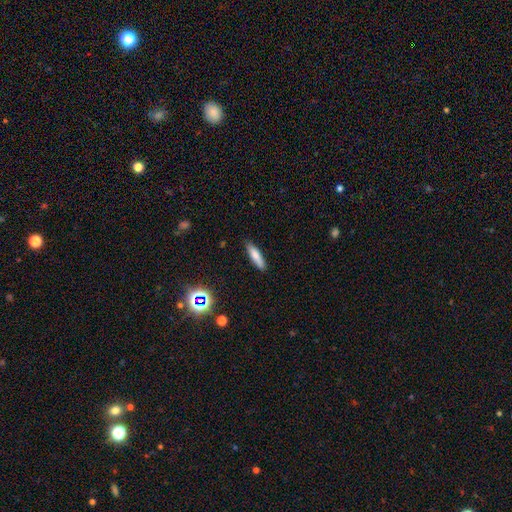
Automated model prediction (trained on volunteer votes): Q: Smooth or featured?
A: smooth (75%); runner-up: featured or disk (16%)
Q: How rounded?
A: cigar-shaped (70%); runner-up: in between (28%)
Q: Merging?
A: none (85%); runner-up: minor disturbance (11%)